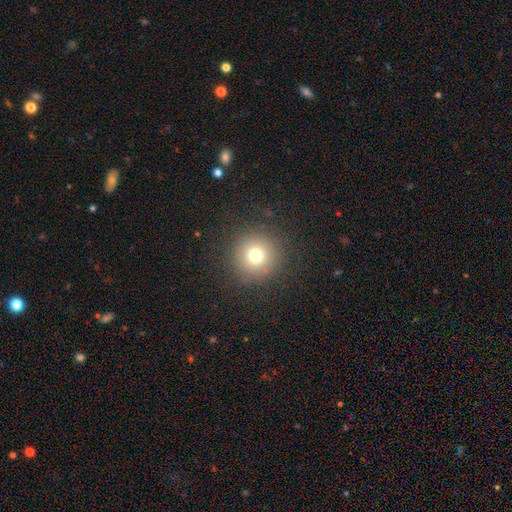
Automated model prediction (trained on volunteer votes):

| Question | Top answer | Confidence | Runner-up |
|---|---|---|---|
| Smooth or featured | smooth | 73% | star or artifact (17%) |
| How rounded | round | 95% | in between (4%) |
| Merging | none | 89% | minor disturbance (6%) |